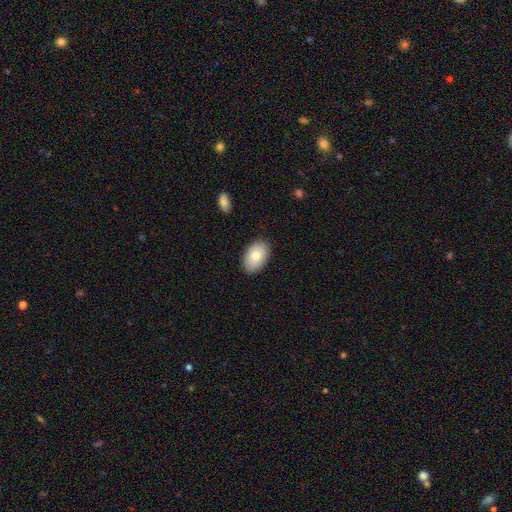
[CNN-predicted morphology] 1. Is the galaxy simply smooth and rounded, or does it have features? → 82% smooth, 12% featured or disk, 6% star or artifact.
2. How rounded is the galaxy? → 93% in between, 6% round, 1% cigar-shaped.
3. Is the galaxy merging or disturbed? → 87% none, 10% minor disturbance, 2% major disturbance, 1% merger.